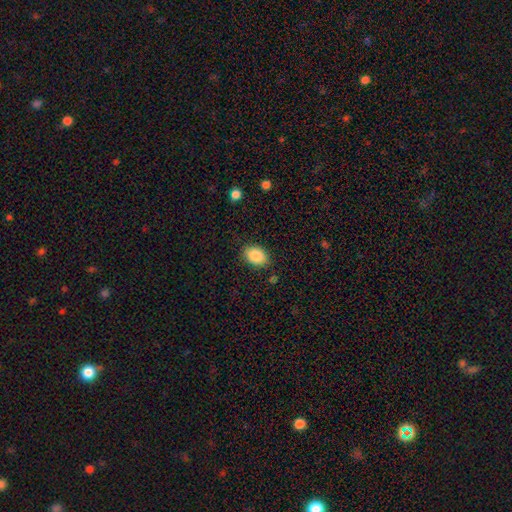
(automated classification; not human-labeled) This is clearly a smooth galaxy (87%). How rounded: clearly in between (81%). Merging: clearly none (84%).